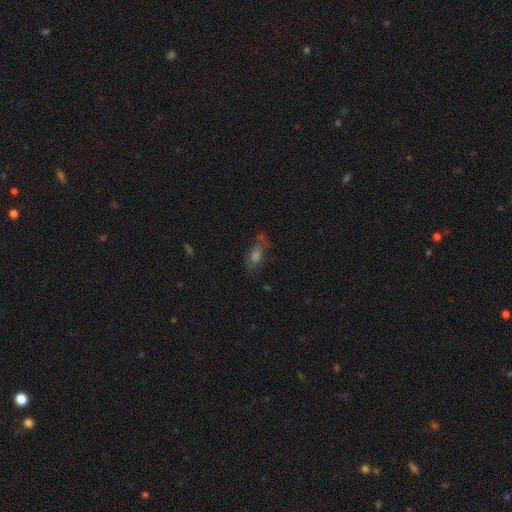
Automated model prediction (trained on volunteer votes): Q: Smooth or featured?
A: smooth (52%); runner-up: featured or disk (25%)
Q: How rounded?
A: in between (67%); runner-up: cigar-shaped (20%)
Q: Merging?
A: none (55%); runner-up: minor disturbance (21%)